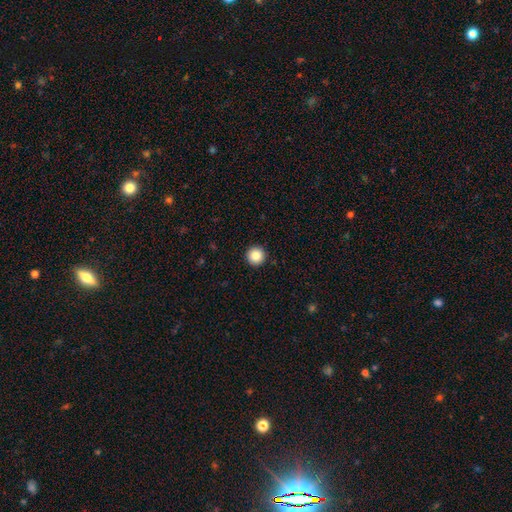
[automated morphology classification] Smooth or featured? Predicted: smooth (p=0.87). How rounded? Predicted: round (p=0.97). Merging? Predicted: none (p=0.94).